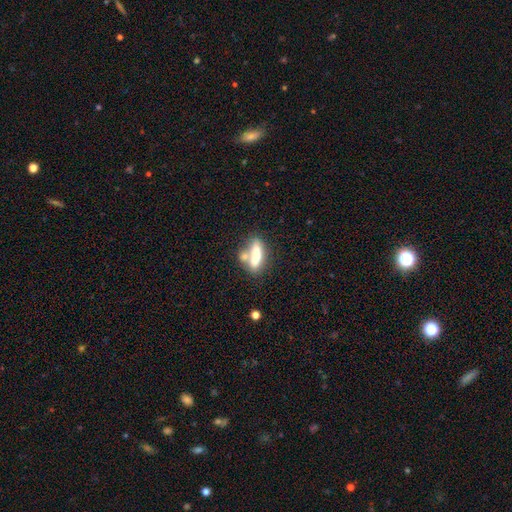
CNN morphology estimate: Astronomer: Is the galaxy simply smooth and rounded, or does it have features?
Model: smooth — 69%.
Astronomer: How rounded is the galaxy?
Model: in between — 55% (runner-up: cigar-shaped, 42%).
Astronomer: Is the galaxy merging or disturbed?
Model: none — 42% (runner-up: merger, 36%).